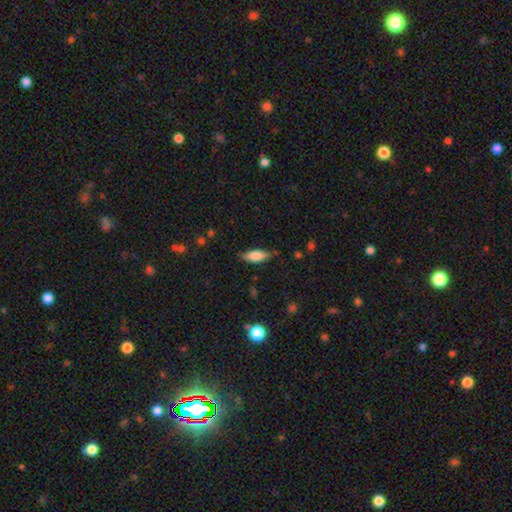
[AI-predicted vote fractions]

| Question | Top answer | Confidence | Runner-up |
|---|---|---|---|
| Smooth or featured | smooth | 75% | featured or disk (19%) |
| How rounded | in between | 70% | cigar-shaped (27%) |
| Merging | none | 79% | minor disturbance (16%) |